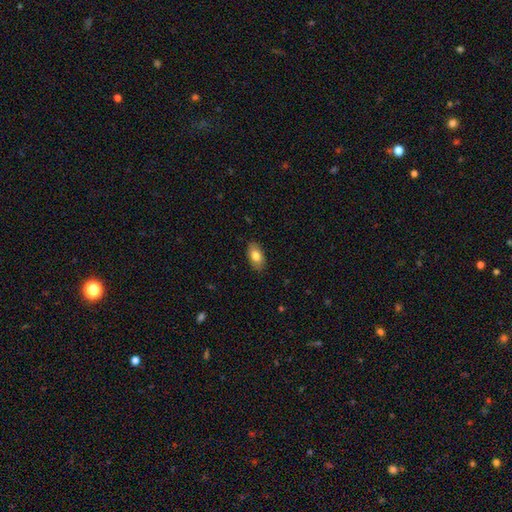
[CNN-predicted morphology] smooth-or-featured: smooth: 80% | featured or disk: 14% | star or artifact: 7%
  how-rounded: in between: 92% | round: 5% | cigar-shaped: 3%
  merging: none: 87% | minor disturbance: 10% | major disturbance: 2% | merger: 1%